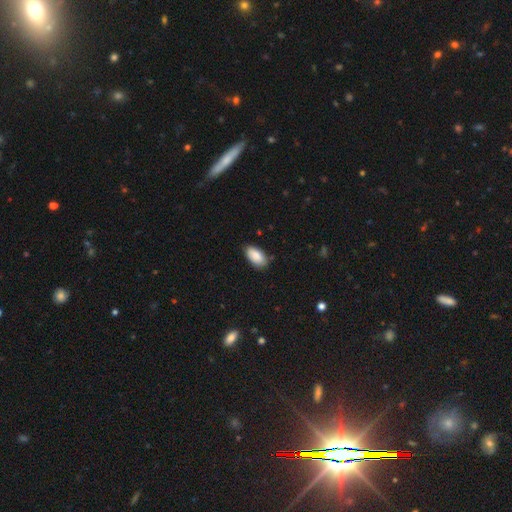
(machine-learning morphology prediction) Smooth or featured? Predicted: smooth (p=0.87). How rounded? Predicted: in between (p=0.94). Merging? Predicted: none (p=0.79).